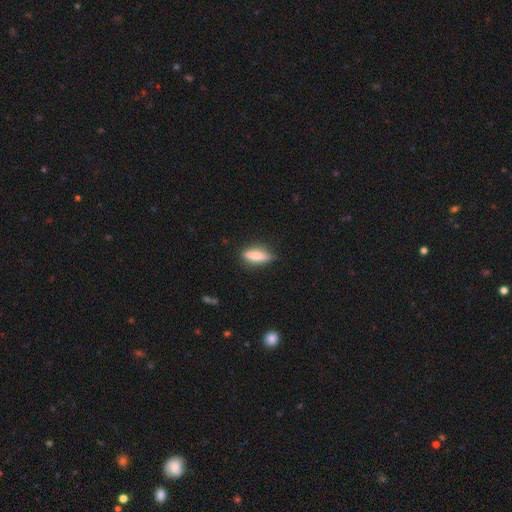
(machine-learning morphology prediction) smooth-or-featured: smooth: 63% | featured or disk: 30% | star or artifact: 7%
  how-rounded: cigar-shaped: 59% | in between: 38% | round: 3%
  merging: none: 81% | minor disturbance: 14% | major disturbance: 3% | merger: 2%